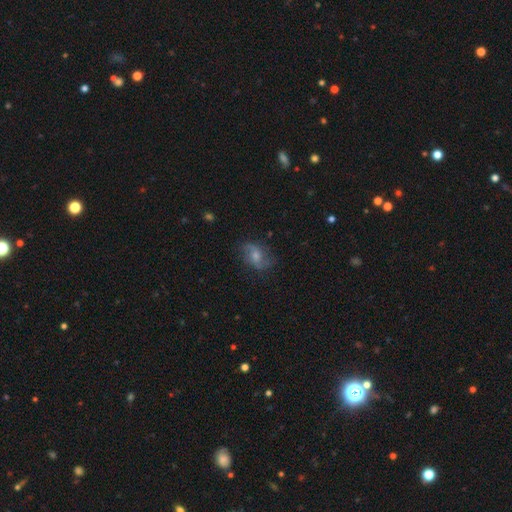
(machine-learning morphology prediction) smooth-or-featured: featured or disk: 59% | smooth: 32% | star or artifact: 9%
  disk-edge-on: no: 96% | yes: 4%
    bar: no: 53% | weak: 39% | strong: 8%
    has-spiral-arms: yes: 88% | no: 12%
    bulge-size: moderate: 49% | small: 32% | none: 9% | large: 8% | dominant: 2%
  merging: none: 69% | minor disturbance: 20% | major disturbance: 9% | merger: 2%